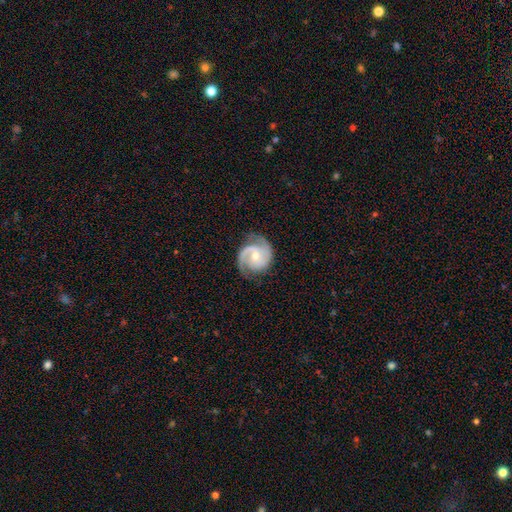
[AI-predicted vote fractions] Q: Smooth or featured?
A: featured or disk (89%); runner-up: smooth (7%)
Q: Edge-on disk?
A: no (98%); runner-up: yes (2%)
Q: Bar?
A: no (62%); runner-up: weak (31%)
Q: Spiral arms?
A: yes (98%); runner-up: no (2%)
Q: Spiral winding?
A: medium (49%); runner-up: tight (38%)
Q: Spiral arm count?
A: 2 (87%); runner-up: 1 (4%)
Q: Bulge size?
A: moderate (49%); runner-up: small (47%)
Q: Merging?
A: none (76%); runner-up: minor disturbance (16%)